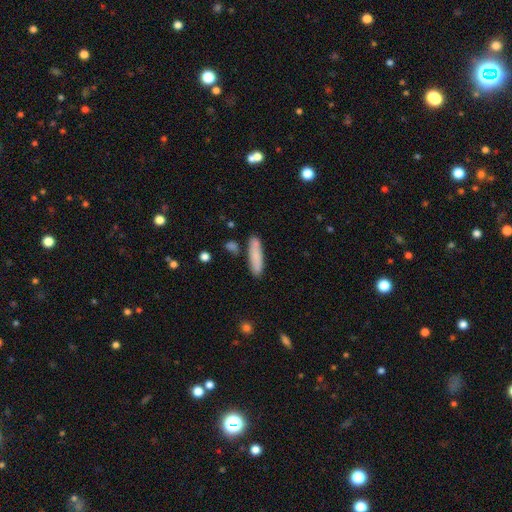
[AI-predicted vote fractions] This appears to be a smooth galaxy with no disk features (83%) that is cigar-shaped (77%). Merging: none (80%).